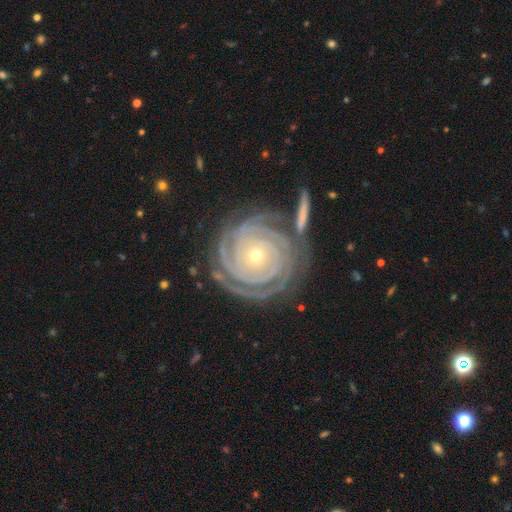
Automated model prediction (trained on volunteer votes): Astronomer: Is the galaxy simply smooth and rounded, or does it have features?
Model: featured or disk — 92%.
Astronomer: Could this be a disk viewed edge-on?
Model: no — 97%.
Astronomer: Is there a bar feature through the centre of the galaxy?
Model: no — 78%.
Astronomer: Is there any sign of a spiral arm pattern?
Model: yes — 98%.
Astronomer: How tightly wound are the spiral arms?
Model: tight — 90%.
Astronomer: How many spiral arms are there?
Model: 3 — 25% (runner-up: 2, 20%).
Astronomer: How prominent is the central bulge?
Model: small — 74%.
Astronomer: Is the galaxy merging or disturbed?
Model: none — 74%.